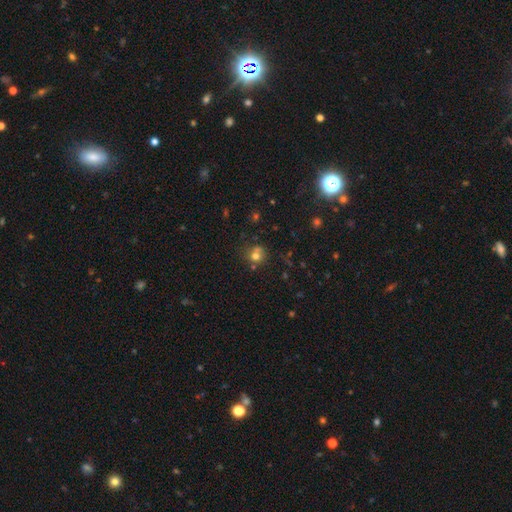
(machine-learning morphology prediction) This is likely a smooth galaxy (70%). How rounded: clearly round (82%). Merging: possibly none (53%).